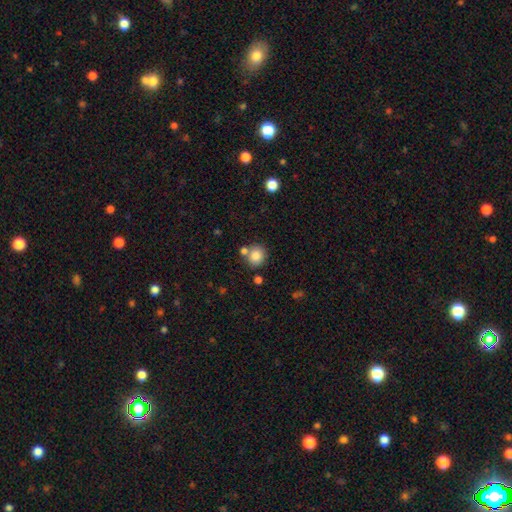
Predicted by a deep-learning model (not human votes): smooth_or_featured: smooth (p=0.85) [alt: star or artifact p=0.10]
how_rounded: round (p=0.82) [alt: in between p=0.17]
merging: none (p=0.66) [alt: merger p=0.19]